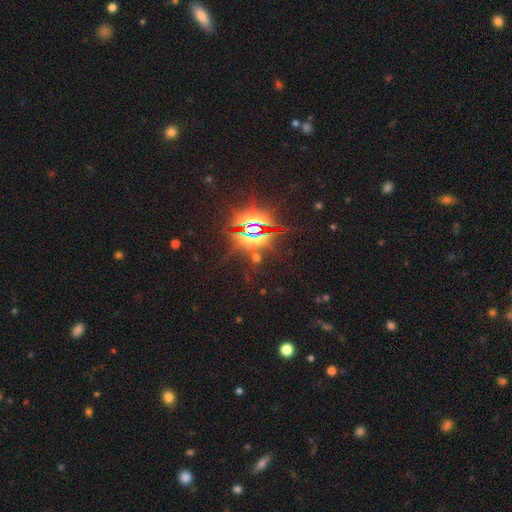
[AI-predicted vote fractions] This appears to be a star or artifact, not a galaxy (83%).